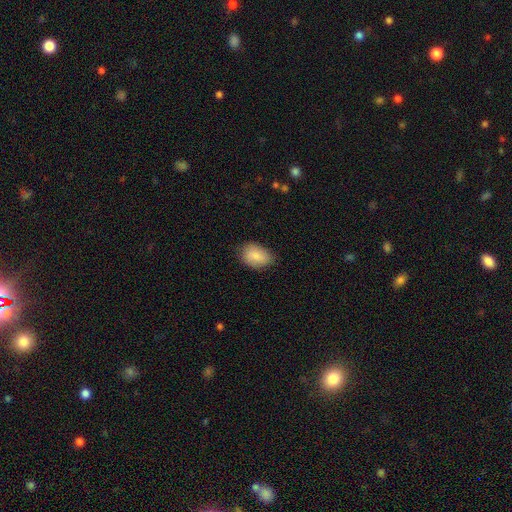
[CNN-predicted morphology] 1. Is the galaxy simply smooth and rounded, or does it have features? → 85% smooth, 9% featured or disk, 7% star or artifact.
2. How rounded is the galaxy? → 82% in between, 16% round, 1% cigar-shaped.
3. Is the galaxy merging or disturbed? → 76% none, 19% minor disturbance, 4% major disturbance, 1% merger.